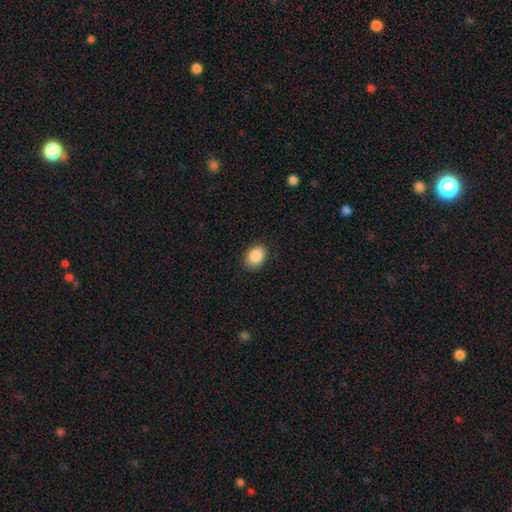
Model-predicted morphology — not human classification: smooth-or-featured: smooth: 88% | star or artifact: 7% | featured or disk: 4%
  how-rounded: in between: 74% | round: 25% | cigar-shaped: 1%
  merging: none: 88% | minor disturbance: 9% | major disturbance: 2% | merger: 1%